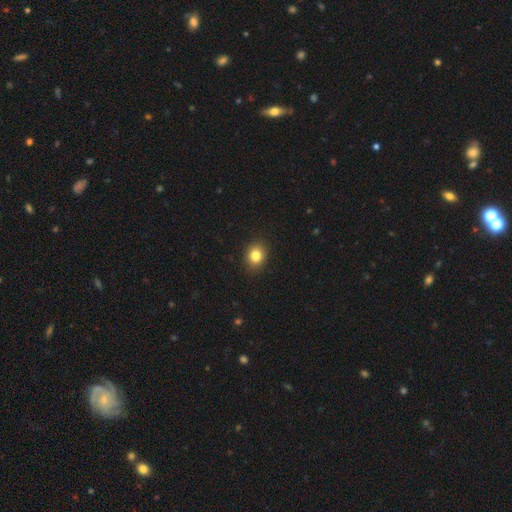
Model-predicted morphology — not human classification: Smooth or featured? Predicted: smooth (p=0.83). How rounded? Predicted: round (p=0.61). Merging? Predicted: none (p=0.90).